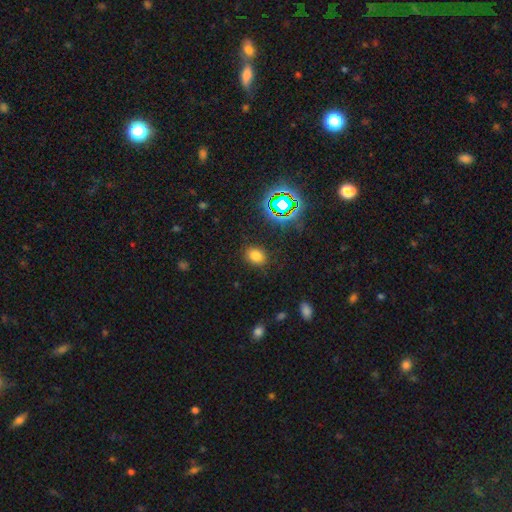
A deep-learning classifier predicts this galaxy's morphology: Smooth or featured?
  - smooth: 73% *
  - star or artifact: 20%
  - featured or disk: 7%
How rounded?
  - in between: 59% *
  - round: 39%
  - cigar-shaped: 1%
Merging?
  - none: 86% *
  - minor disturbance: 9%
  - major disturbance: 3%
  - merger: 1%